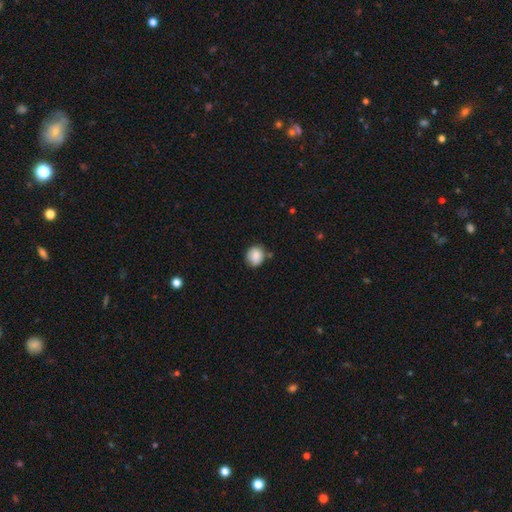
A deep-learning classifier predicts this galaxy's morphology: Overall: smooth (85%). How rounded: round (76%). Merging: none (75%).